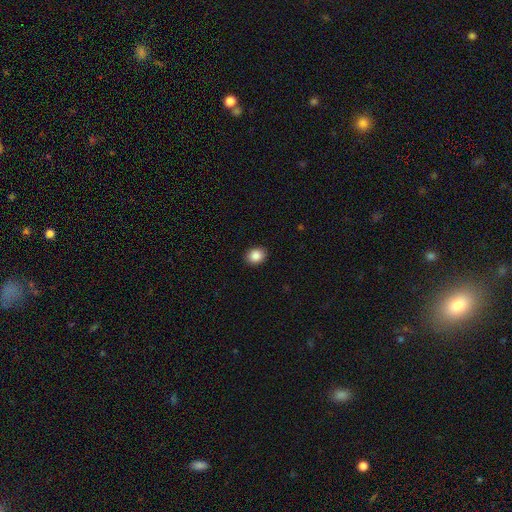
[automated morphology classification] Smooth or featured?
  - smooth: 87% *
  - star or artifact: 9%
  - featured or disk: 5%
How rounded?
  - round: 51% *
  - in between: 48%
  - cigar-shaped: 1%
Merging?
  - none: 91% *
  - minor disturbance: 6%
  - major disturbance: 2%
  - merger: 1%